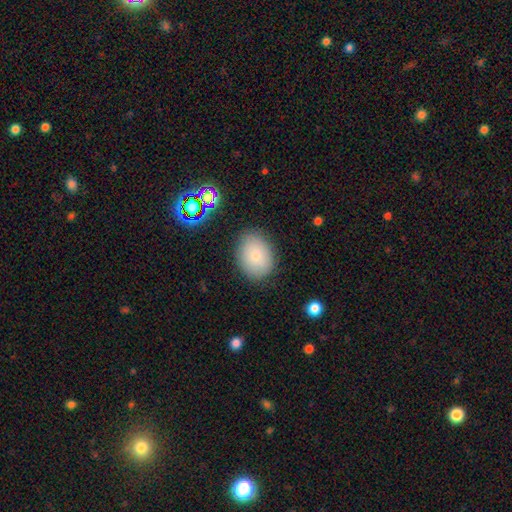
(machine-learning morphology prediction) This appears to be a smooth galaxy with no disk features (78%) that is in between round and cigar-shaped (62%). Merging: none (84%).